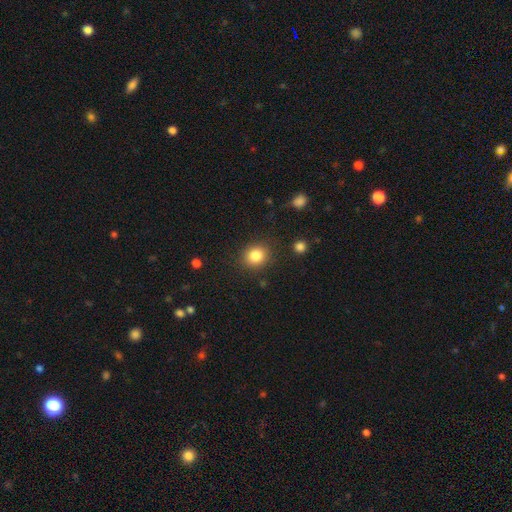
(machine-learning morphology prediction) smooth 84%, star or artifact 10%, featured or disk 6%. Down the decision tree: how rounded — round (71%); merging — none (86%).